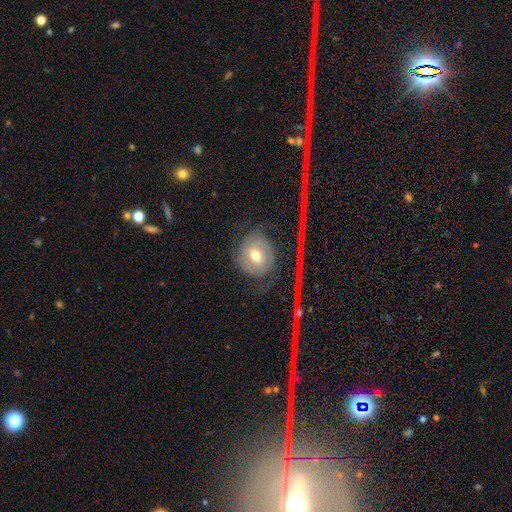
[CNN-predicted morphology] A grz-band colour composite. It shows a featured or disk galaxy (74%) with a weak bar (46%), 2 (56%) tight (54%) spiral arms (90%) and a moderate central bulge (76%). Merging: none (65%).